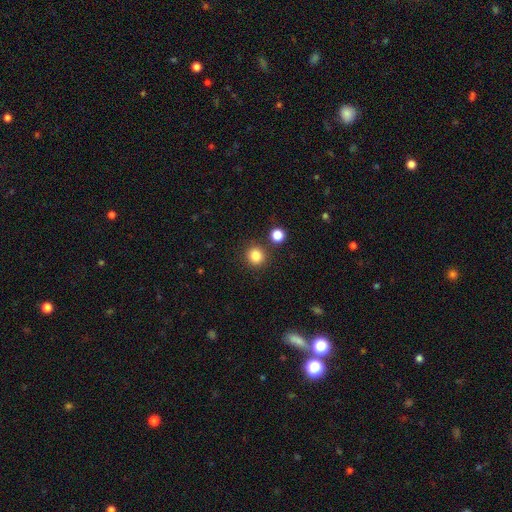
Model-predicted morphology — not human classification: The model was most divided on "smooth or featured": smooth: 84%, star or artifact: 12%, featured or disk: 4%. More confident: how rounded — round (92%); merging — none (85%).